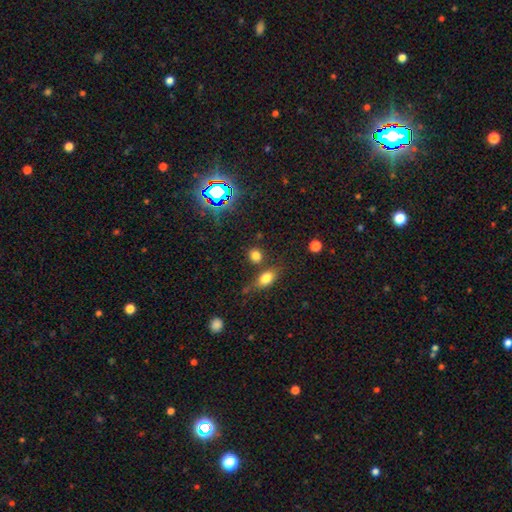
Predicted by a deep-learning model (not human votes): This appears to be a smooth galaxy with no disk features (75%) that is round (67%). Merging: none (73%).